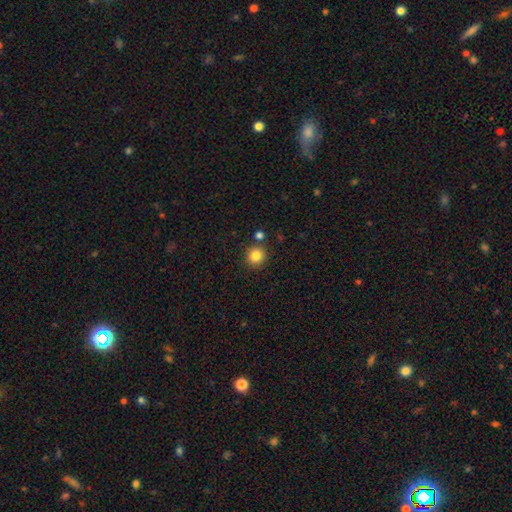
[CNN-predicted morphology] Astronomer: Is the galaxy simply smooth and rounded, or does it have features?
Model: smooth — 84%.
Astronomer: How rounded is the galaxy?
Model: round — 93%.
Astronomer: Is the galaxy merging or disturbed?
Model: none — 84%.